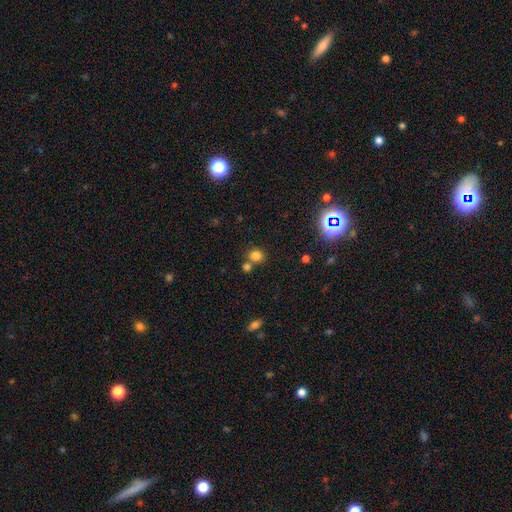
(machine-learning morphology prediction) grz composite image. It shows a smooth galaxy with no disk features (78%) that is round (82%). Merging: none (60%).